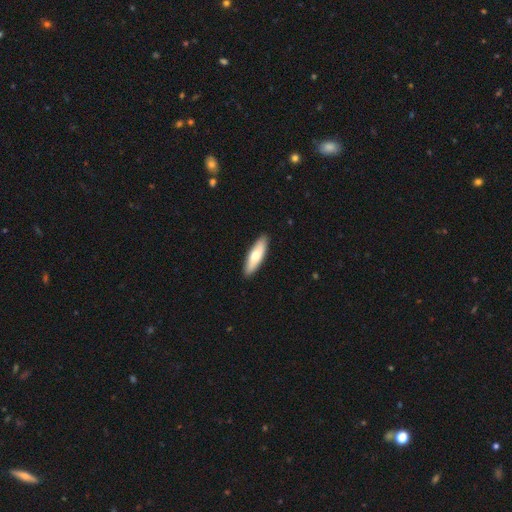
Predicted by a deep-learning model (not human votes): This appears to be a smooth galaxy with no disk features (67%) that is cigar-shaped (58%). Merging: none (90%).